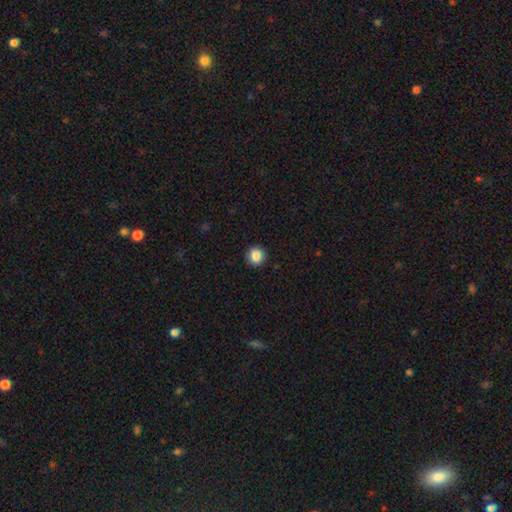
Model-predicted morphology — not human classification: type=smooth (87%); roundness=round (92%); merging=none (92%).